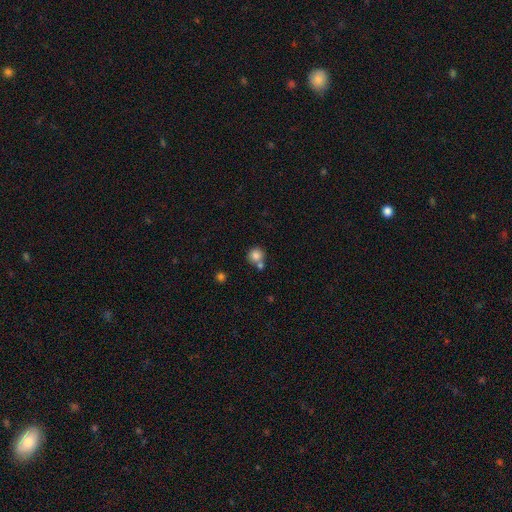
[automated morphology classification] smooth 83%, star or artifact 10%, featured or disk 7%. Down the decision tree: how rounded — round (91%); merging — none (59%).